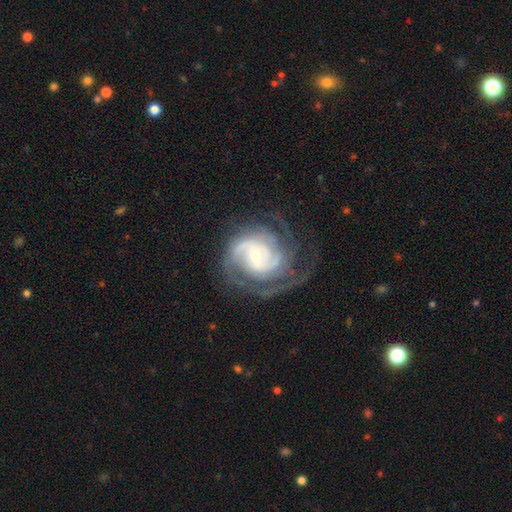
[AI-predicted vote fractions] smooth_or_featured: featured or disk (p=0.89) [alt: smooth p=0.05]
disk_edge_on: no (p=0.98) [alt: yes p=0.02]
bar: no (p=0.47) [alt: weak p=0.39]
has_spiral_arms: yes (p=0.97) [alt: no p=0.03]
spiral_winding: tight (p=0.58) [alt: medium p=0.34]
spiral_arm_count: 2 (p=0.31) [alt: 3 p=0.24]
bulge_size: small (p=0.62) [alt: moderate p=0.32]
merging: none (p=0.66) [alt: minor disturbance p=0.18]